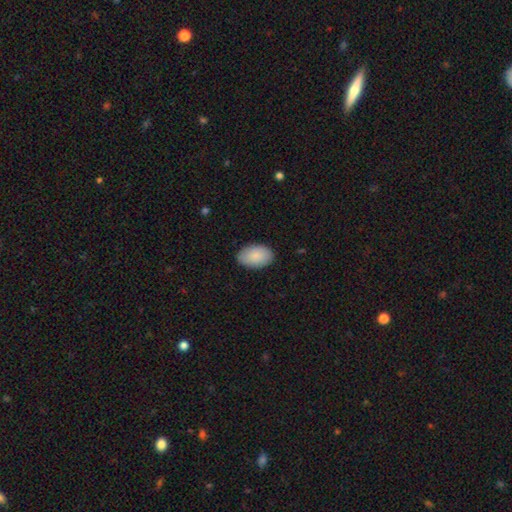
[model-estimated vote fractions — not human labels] Smooth or featured?
  - smooth: 88% *
  - featured or disk: 7%
  - star or artifact: 6%
How rounded?
  - in between: 92% *
  - round: 7%
  - cigar-shaped: 1%
Merging?
  - none: 87% *
  - minor disturbance: 10%
  - major disturbance: 2%
  - merger: 1%